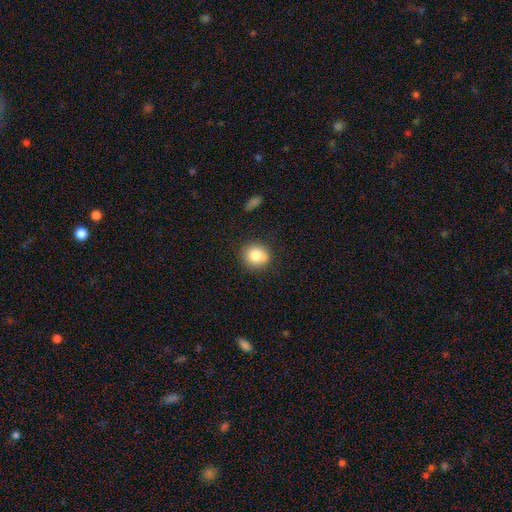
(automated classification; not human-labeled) Smooth or featured? smooth (82%)
How rounded? round (86%)
Merging? none (83%)